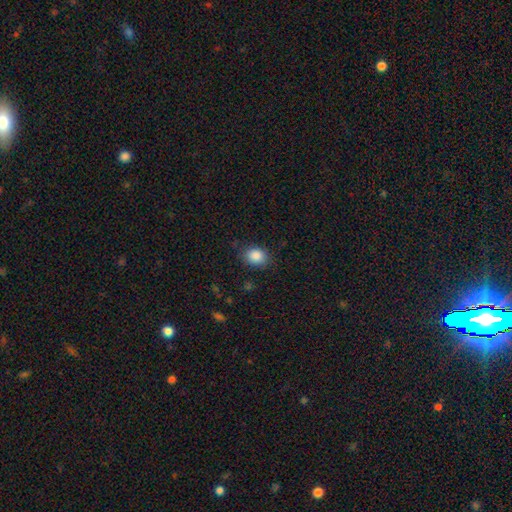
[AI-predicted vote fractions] Smooth or featured?
  - smooth: 87% *
  - star or artifact: 9%
  - featured or disk: 4%
How rounded?
  - in between: 53% *
  - round: 46%
  - cigar-shaped: 1%
Merging?
  - none: 80% *
  - minor disturbance: 14%
  - major disturbance: 4%
  - merger: 1%